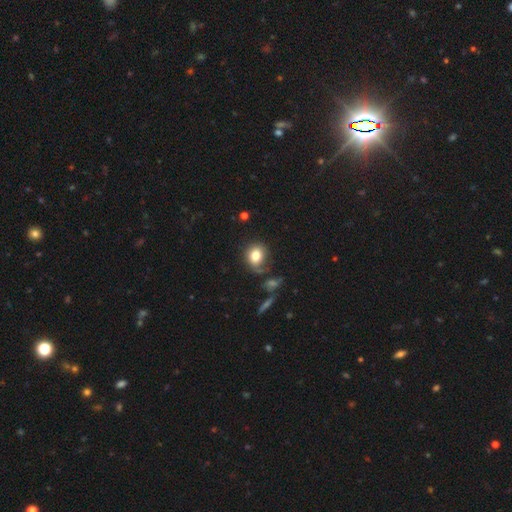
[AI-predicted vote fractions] smooth-or-featured: smooth: 79% | featured or disk: 11% | star or artifact: 10%
  how-rounded: round: 66% | in between: 33% | cigar-shaped: 1%
  merging: none: 64% | minor disturbance: 20% | major disturbance: 9% | merger: 7%